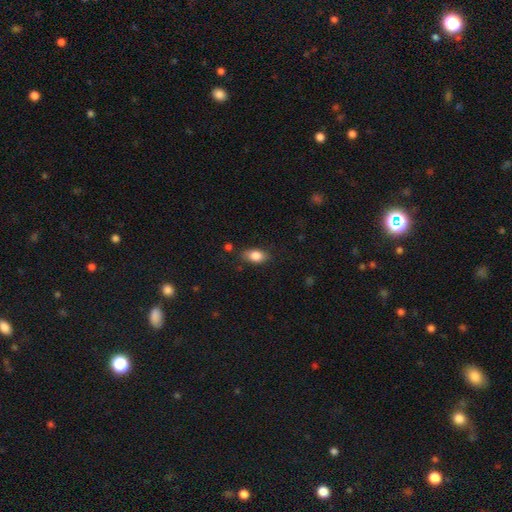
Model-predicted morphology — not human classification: This is clearly a smooth galaxy (83%). How rounded: clearly in between (87%). Merging: likely none (77%).